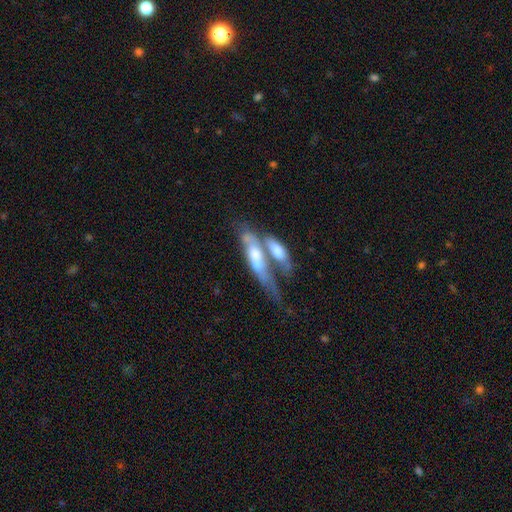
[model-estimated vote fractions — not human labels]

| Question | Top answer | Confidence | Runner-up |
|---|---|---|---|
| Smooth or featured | featured or disk | 55% | smooth (38%) |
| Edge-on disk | no | 62% | yes (38%) |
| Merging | merger | 68% | none (14%) |